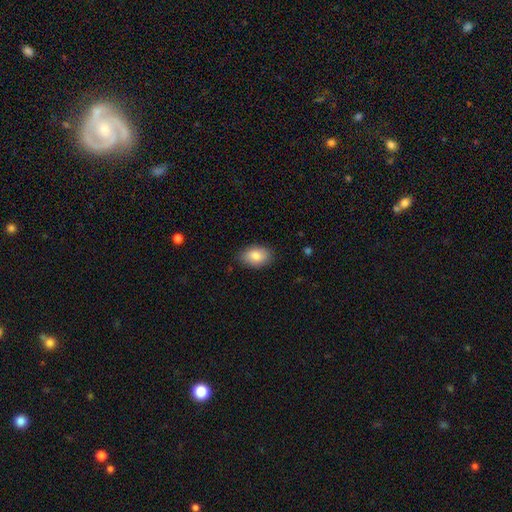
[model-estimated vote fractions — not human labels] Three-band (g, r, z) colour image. It shows a smooth galaxy with no disk features (84%) that is in between round and cigar-shaped (87%). Merging: none (83%).